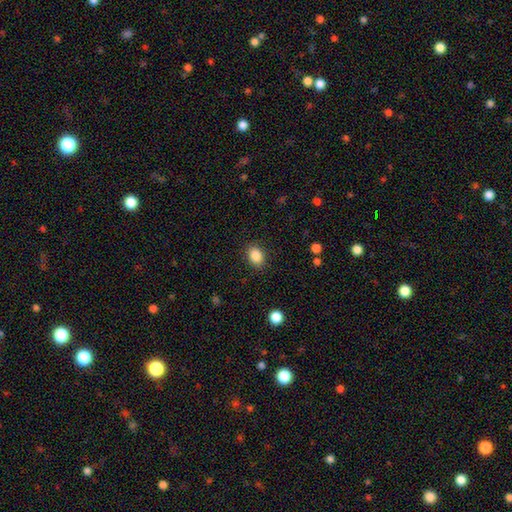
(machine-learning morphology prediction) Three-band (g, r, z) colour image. It shows a smooth galaxy with no disk features (87%) that is in between round and cigar-shaped (72%). Merging: none (87%).